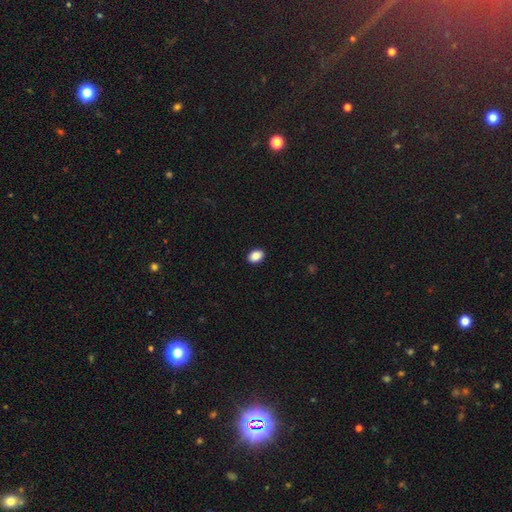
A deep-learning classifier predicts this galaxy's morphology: Smooth or featured? smooth (89%)
How rounded? in between (78%)
Merging? none (91%)